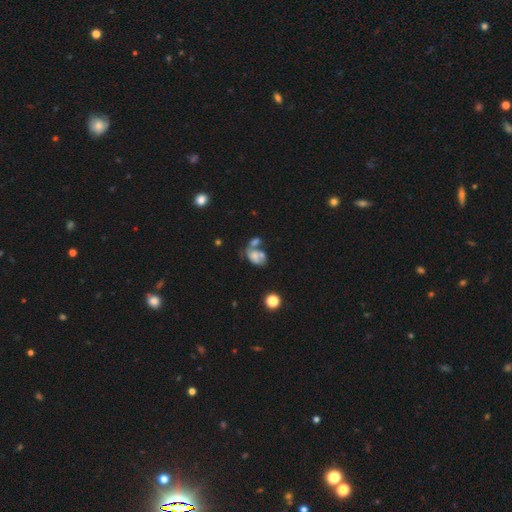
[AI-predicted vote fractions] smooth 49%, featured or disk 39%, star or artifact 12%. Down the decision tree: merging — merger (47%).